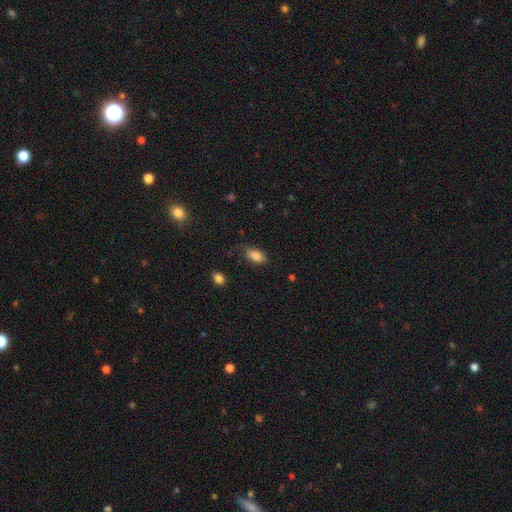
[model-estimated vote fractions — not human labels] Smooth or featured? smooth (84%)
How rounded? in between (90%)
Merging? none (70%)